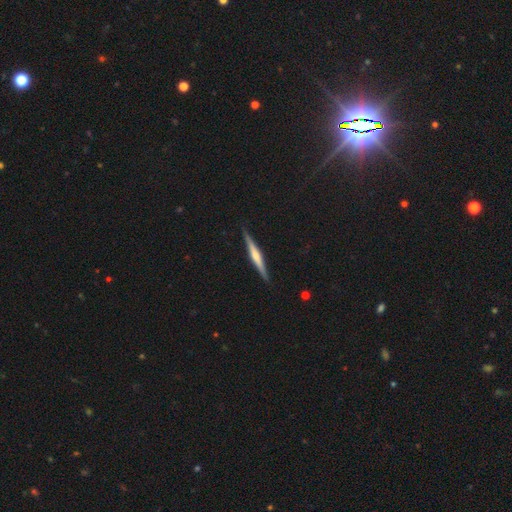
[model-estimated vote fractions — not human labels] This is likely a featured or disk galaxy (67%). It is clearly viewed edge-on (98%). Edge-on bulge: likely rounded (66%). Merging: clearly none (90%).